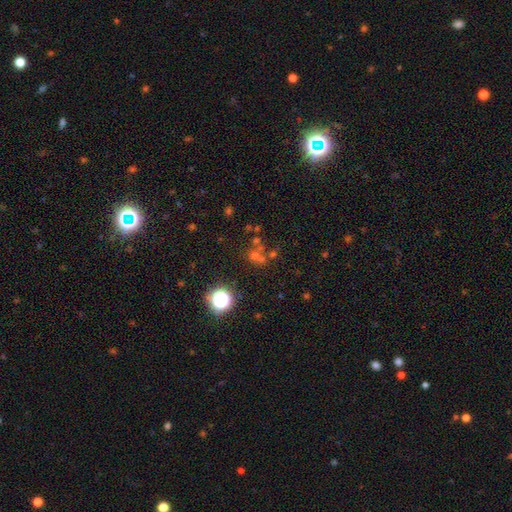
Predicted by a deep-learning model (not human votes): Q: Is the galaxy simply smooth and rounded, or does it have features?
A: star or artifact — 44%.